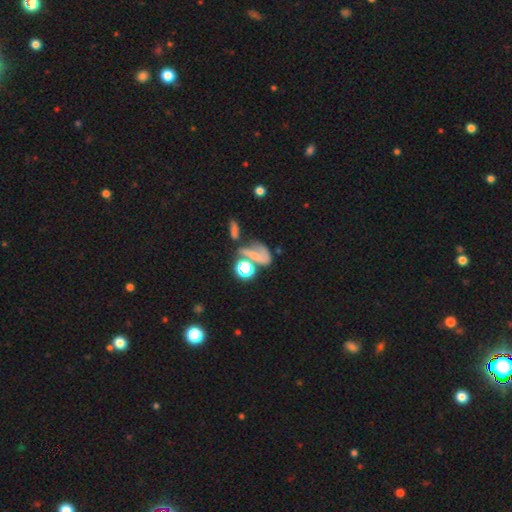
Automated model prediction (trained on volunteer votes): Smooth or featured?
  - smooth: 43% *
  - featured or disk: 37%
  - star or artifact: 20%
Merging?
  - merger: 33% *
  - none: 30%
  - major disturbance: 21%
  - minor disturbance: 15%